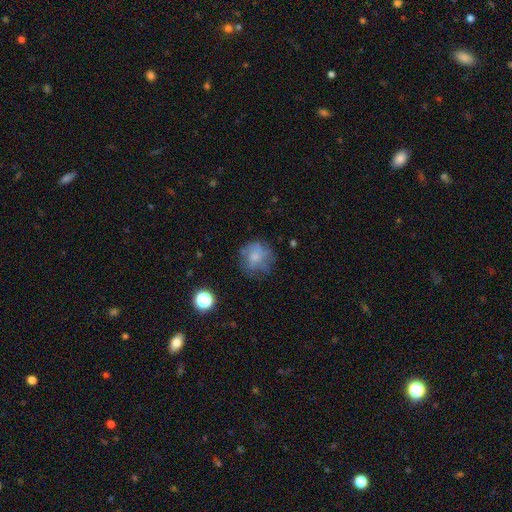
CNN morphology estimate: smooth_or_featured: smooth (p=0.57) [alt: featured or disk p=0.31]
how_rounded: round (p=0.85) [alt: in between p=0.14]
merging: none (p=0.63) [alt: minor disturbance p=0.22]